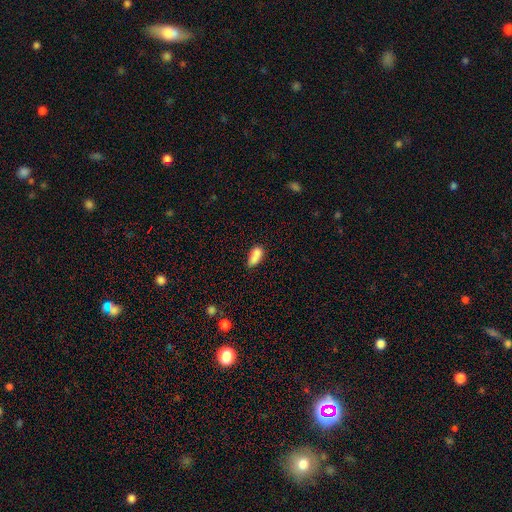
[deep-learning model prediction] Overall: smooth (83%). How rounded: in between (81%). Merging: none (53%; minor disturbance 24%).